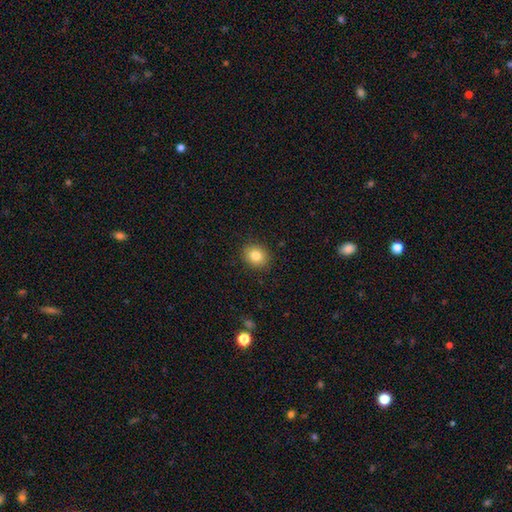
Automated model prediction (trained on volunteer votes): smooth_or_featured: smooth (p=0.83) [alt: star or artifact p=0.10]
how_rounded: round (p=0.67) [alt: in between p=0.32]
merging: none (p=0.90) [alt: minor disturbance p=0.07]